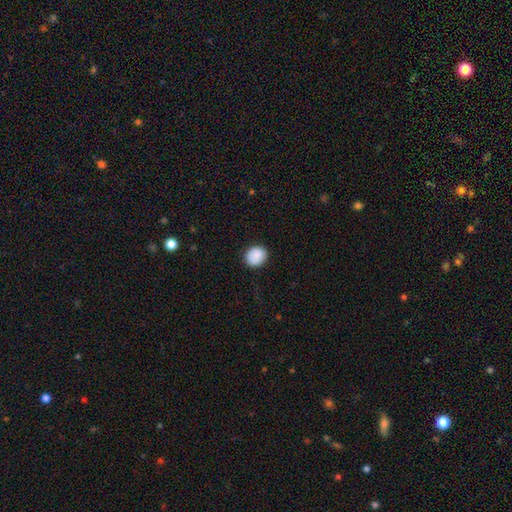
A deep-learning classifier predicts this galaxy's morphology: Smooth or featured: smooth — 88% (star or artifact — 8%)
How rounded: round — 78% (in between — 21%)
Merging: none — 88% (minor disturbance — 9%)